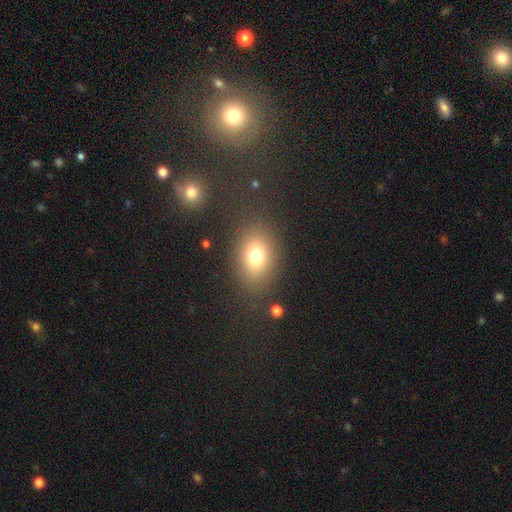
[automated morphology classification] type=smooth (75%); roundness=in between (66%); merging=none (81%).